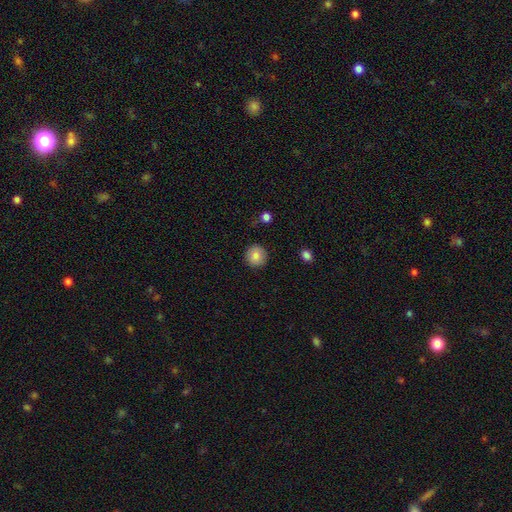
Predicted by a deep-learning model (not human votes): Morphology: type=smooth (83%); roundness=round (94%); merging=none (90%).